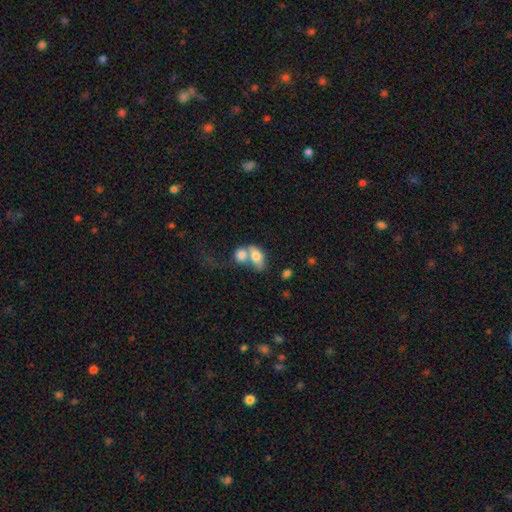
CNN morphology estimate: Q: Smooth or featured?
A: smooth (71%); runner-up: featured or disk (21%)
Q: How rounded?
A: in between (79%); runner-up: round (18%)
Q: Merging?
A: merger (71%); runner-up: none (15%)